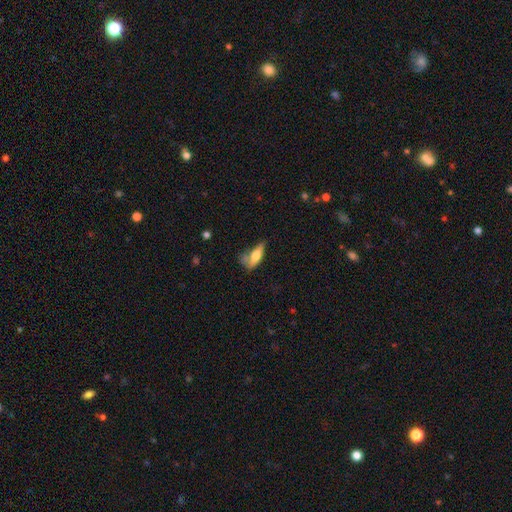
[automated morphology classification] smooth-or-featured: smooth: 57% | featured or disk: 35% | star or artifact: 8%
  how-rounded: in between: 57% | cigar-shaped: 39% | round: 4%
  merging: none: 33% | minor disturbance: 30% | major disturbance: 26% | merger: 11%